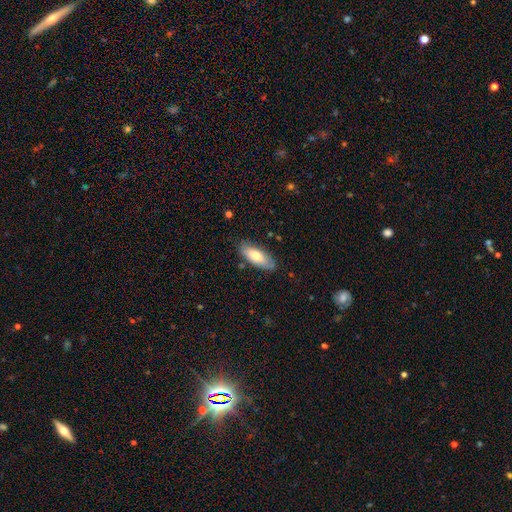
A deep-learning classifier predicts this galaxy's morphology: Smooth or featured? smooth (71%)
How rounded? in between (76%)
Merging? none (82%)